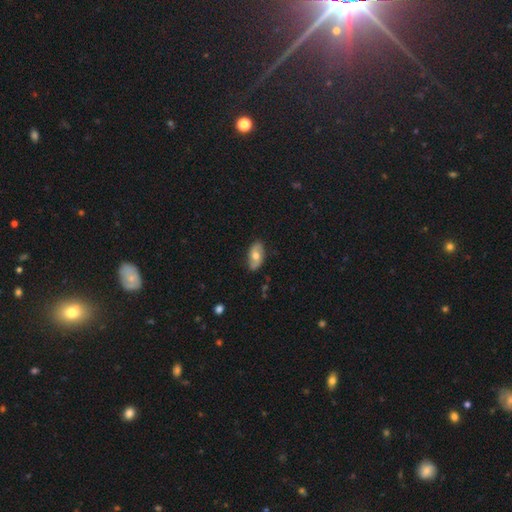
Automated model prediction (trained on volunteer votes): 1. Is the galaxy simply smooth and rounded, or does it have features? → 50% smooth, 44% featured or disk, 6% star or artifact.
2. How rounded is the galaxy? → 92% in between, 5% round, 3% cigar-shaped.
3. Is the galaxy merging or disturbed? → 82% none, 15% minor disturbance, 3% major disturbance, 1% merger.